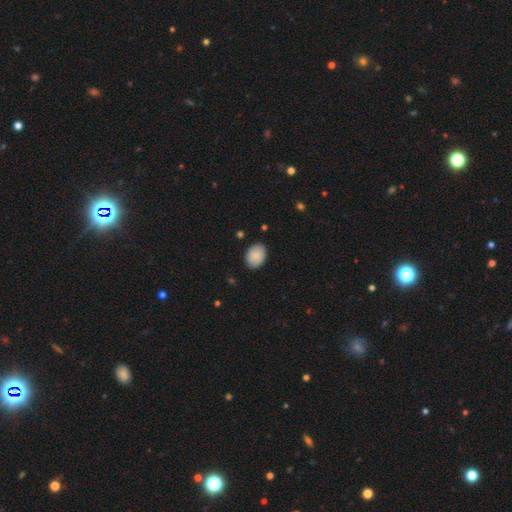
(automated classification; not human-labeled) A smooth galaxy with no disk features (88%) that is in between round and cigar-shaped (68%).

Vote fractions:
- Smooth or featured? smooth: 88% / star or artifact: 7% / featured or disk: 5%
- How rounded? in between: 68% / round: 31% / cigar-shaped: 1%
- Merging? none: 87% / minor disturbance: 10% / major disturbance: 2% / merger: 1%